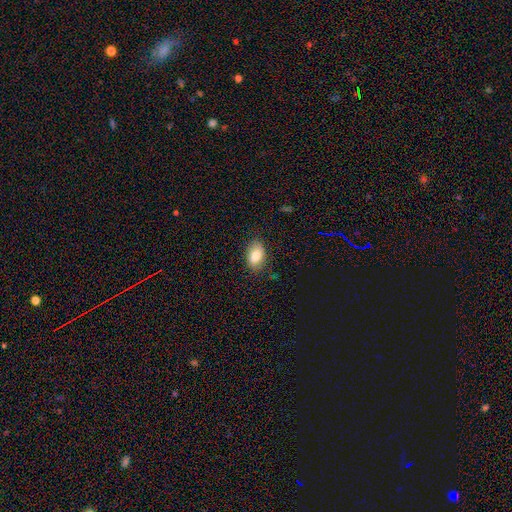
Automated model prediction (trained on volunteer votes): A smooth galaxy with no disk features (84%) that is in between round and cigar-shaped (91%).

Vote fractions:
- Smooth or featured? smooth: 84% / featured or disk: 9% / star or artifact: 7%
- How rounded? in between: 91% / round: 8% / cigar-shaped: 2%
- Merging? none: 80% / minor disturbance: 16% / major disturbance: 3% / merger: 1%